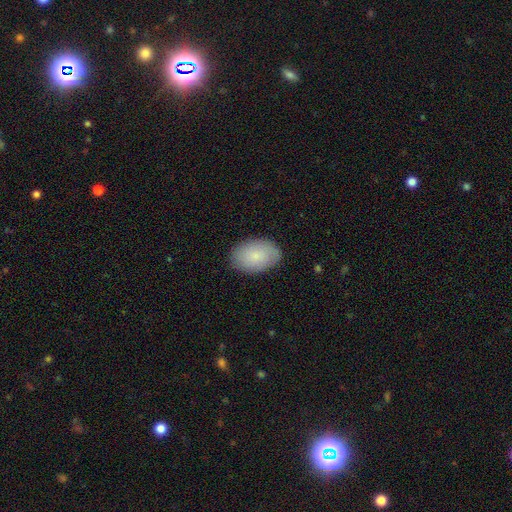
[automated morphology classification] Smooth or featured? Predicted: smooth (p=0.80). How rounded? Predicted: in between (p=0.90). Merging? Predicted: none (p=0.84).